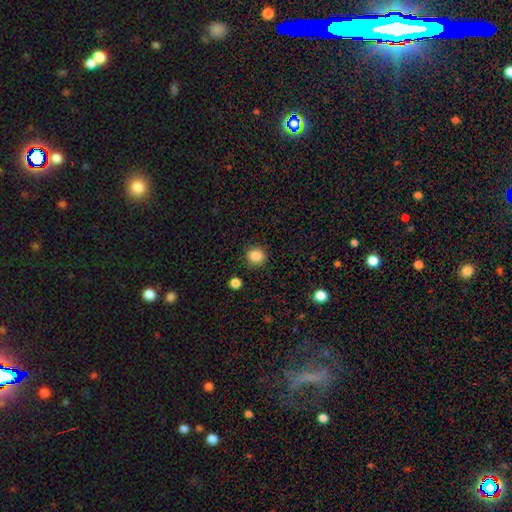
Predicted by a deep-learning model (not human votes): A smooth galaxy with no disk features (85%) that is round (85%).

Vote fractions:
- Smooth or featured? smooth: 85% / star or artifact: 11% / featured or disk: 4%
- How rounded? round: 85% / in between: 14% / cigar-shaped: 1%
- Merging? none: 89% / minor disturbance: 7% / major disturbance: 2% / merger: 2%